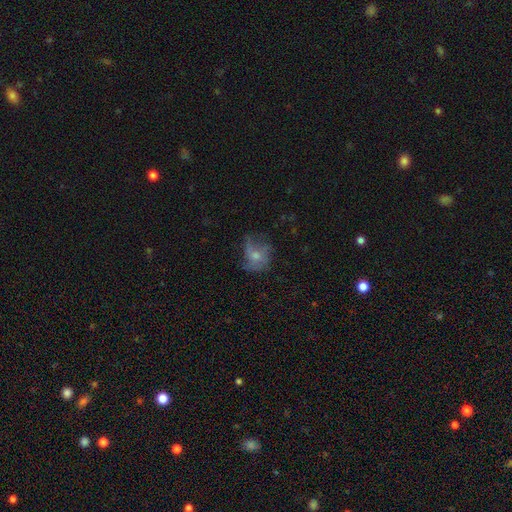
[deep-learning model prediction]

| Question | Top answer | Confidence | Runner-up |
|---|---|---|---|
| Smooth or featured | smooth | 49% | featured or disk (40%) |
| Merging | none | 42% | major disturbance (29%) |